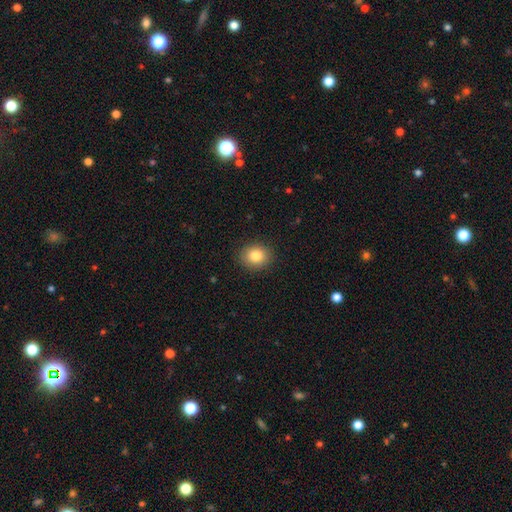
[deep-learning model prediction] This appears to be a smooth galaxy with no disk features (83%) that is round (71%). Merging: none (90%).